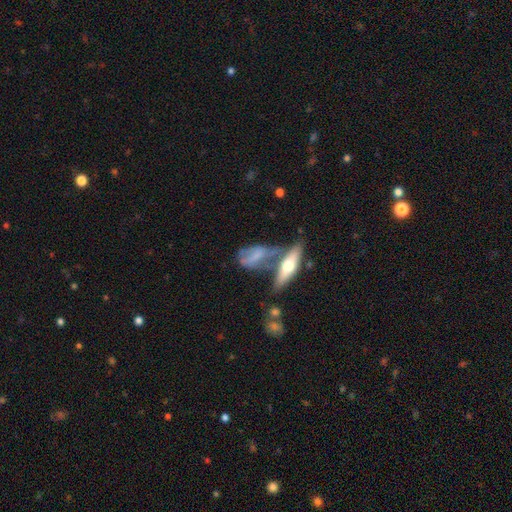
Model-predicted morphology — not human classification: The model was most divided on "smooth or featured": smooth: 47%, featured or disk: 45%, star or artifact: 8%. Remaining: merging — merger (37%).